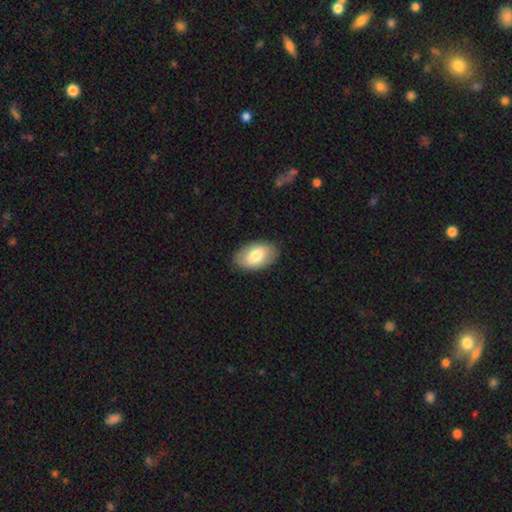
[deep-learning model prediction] This is likely a smooth galaxy (73%). How rounded: clearly in between (93%). Merging: clearly none (86%).